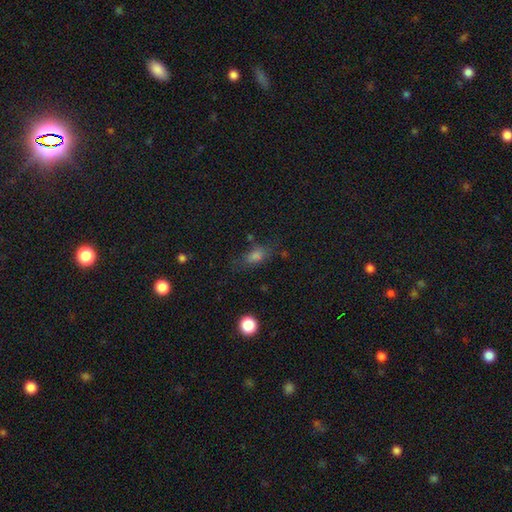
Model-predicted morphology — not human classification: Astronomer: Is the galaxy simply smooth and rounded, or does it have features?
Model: smooth — 68%.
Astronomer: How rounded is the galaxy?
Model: in between — 71%.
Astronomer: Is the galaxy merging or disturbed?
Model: none — 69%.